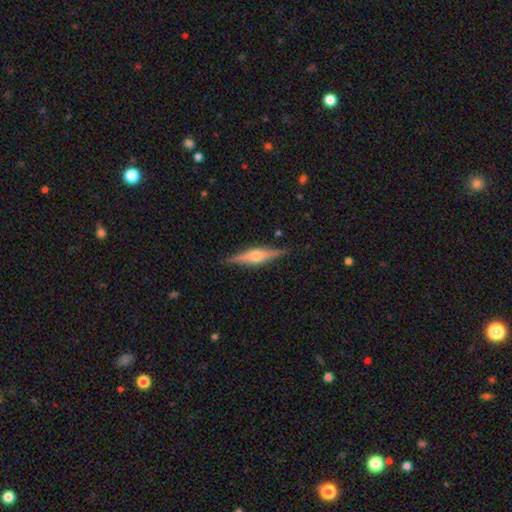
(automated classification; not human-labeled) Smooth or featured? Predicted: featured or disk (p=0.78). Edge-on disk? Predicted: yes (p=0.98). Edge-on bulge? Predicted: rounded (p=0.90). Merging? Predicted: none (p=0.89).